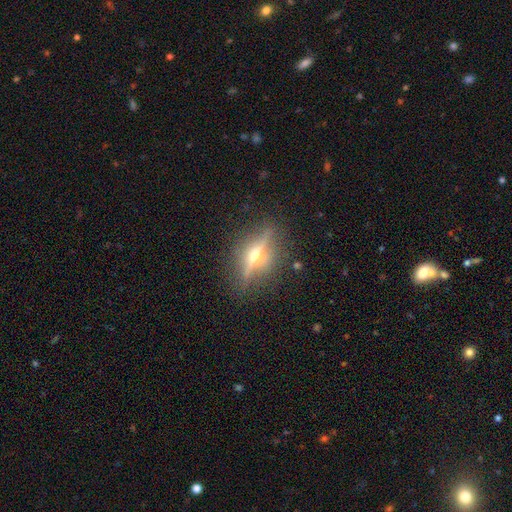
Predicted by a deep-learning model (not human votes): Overall: featured or disk (79%). Edge-on disk: yes (91%). Edge-on bulge: rounded (96%). Merging: none (84%).